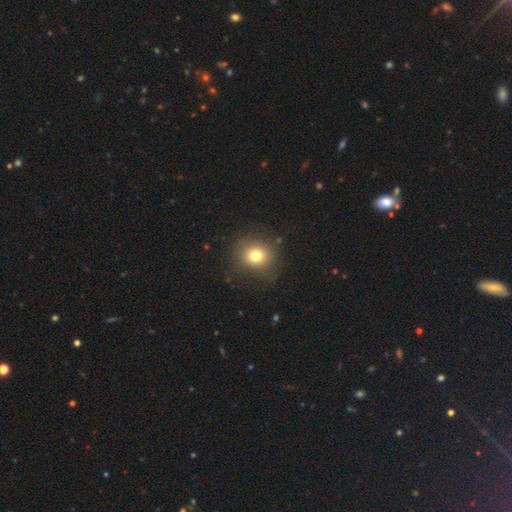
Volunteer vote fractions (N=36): A smooth galaxy with no disk features (89%) that is round (97%). Merging: none (88%).